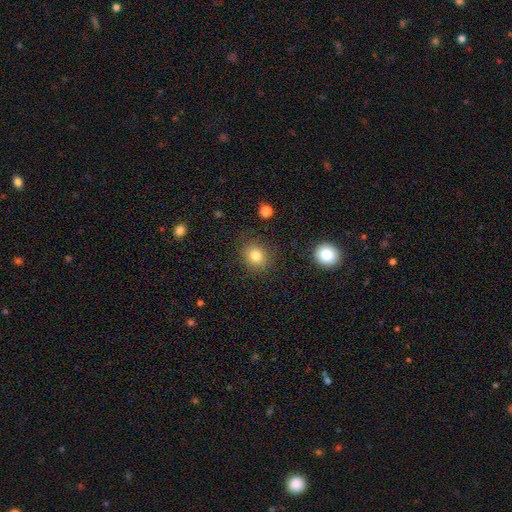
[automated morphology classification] Smooth or featured? smooth (81%)
How rounded? round (74%)
Merging? none (86%)